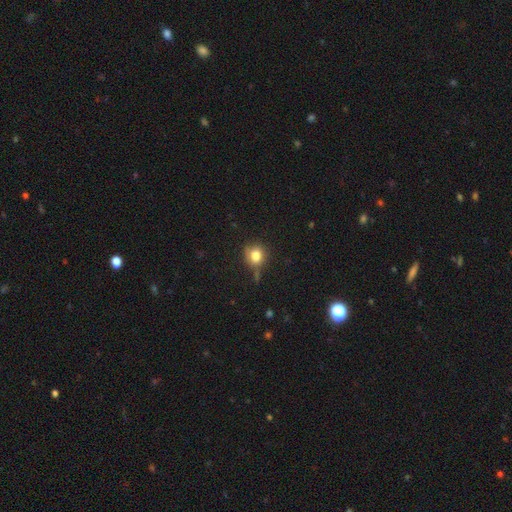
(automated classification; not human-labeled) Smooth or featured? smooth (78%)
How rounded? round (78%)
Merging? none (63%)